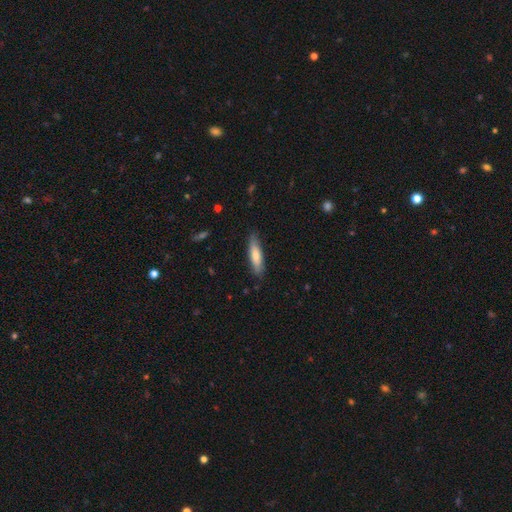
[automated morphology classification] Smooth or featured? smooth (71%)
How rounded? cigar-shaped (72%)
Merging? none (83%)